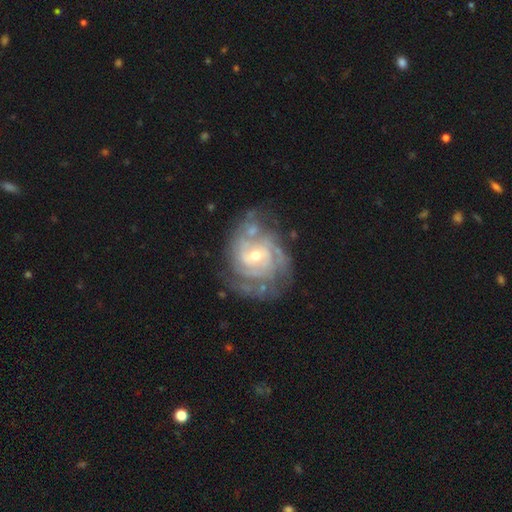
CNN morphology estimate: Q: Smooth or featured?
A: featured or disk (87%); runner-up: smooth (7%)
Q: Edge-on disk?
A: no (97%); runner-up: yes (3%)
Q: Bar?
A: no (55%); runner-up: weak (37%)
Q: Spiral arms?
A: yes (94%); runner-up: no (6%)
Q: Spiral winding?
A: tight (65%); runner-up: medium (28%)
Q: Spiral arm count?
A: can't tell (34%); runner-up: 3 (21%)
Q: Bulge size?
A: moderate (49%); runner-up: small (47%)
Q: Merging?
A: none (61%); runner-up: minor disturbance (21%)